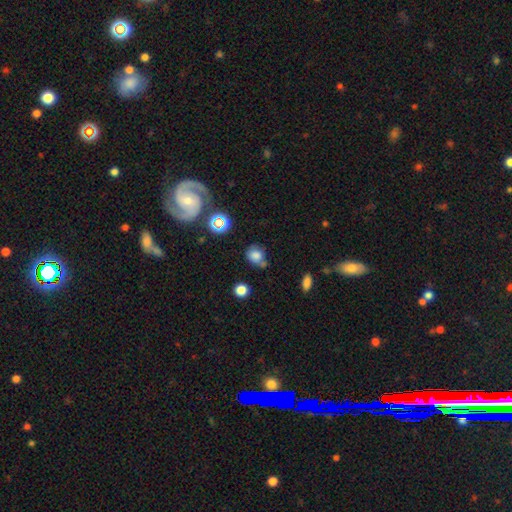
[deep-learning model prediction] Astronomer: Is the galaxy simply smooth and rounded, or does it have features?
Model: smooth — 74%.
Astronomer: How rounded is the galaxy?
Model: round — 62% (runner-up: in between, 37%).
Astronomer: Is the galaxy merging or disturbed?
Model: none — 53%.